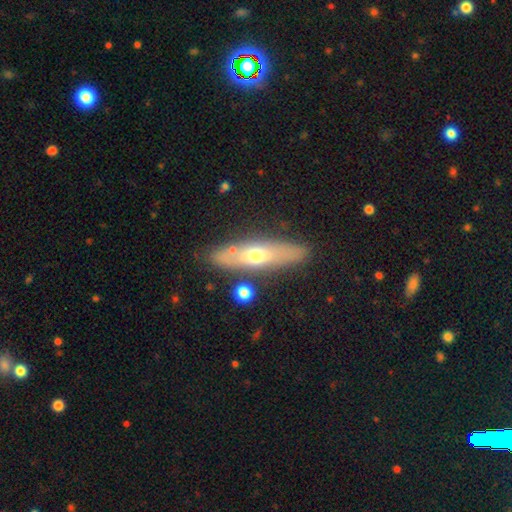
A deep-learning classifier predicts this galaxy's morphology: Smooth or featured? Predicted: featured or disk (p=0.48). Merging? Predicted: none (p=0.80).